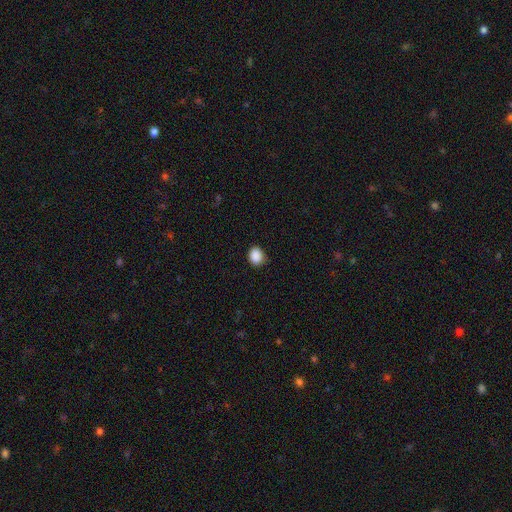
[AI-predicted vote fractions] This is clearly a smooth galaxy (89%). How rounded: possibly round (57%). Merging: clearly none (83%).